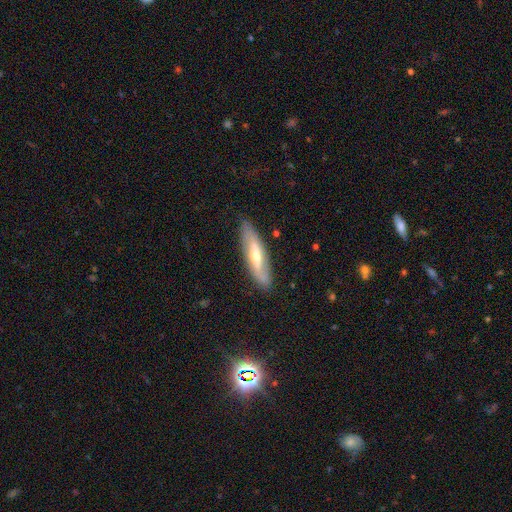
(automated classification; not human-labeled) This appears to be a featured or disk galaxy (67%). Merging: none (84%).